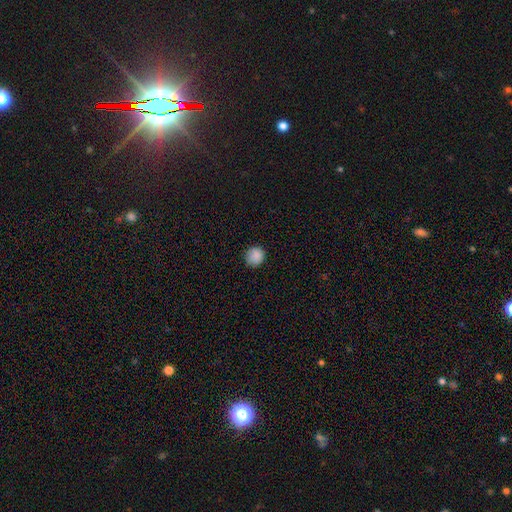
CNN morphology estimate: The model was most divided on "merging": none: 86%, minor disturbance: 11%, major disturbance: 2%, merger: 1%. More confident: how rounded — round (91%); smooth or featured — smooth (87%).